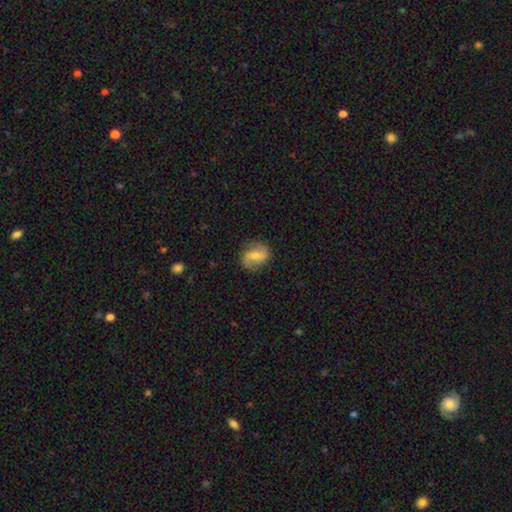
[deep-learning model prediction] Q: Smooth or featured?
A: featured or disk (58%); runner-up: smooth (35%)
Q: Edge-on disk?
A: no (97%); runner-up: yes (3%)
Q: Bar?
A: weak (44%); runner-up: no (32%)
Q: Spiral arms?
A: yes (85%); runner-up: no (15%)
Q: Bulge size?
A: small (46%); tied with: moderate (46%)
Q: Merging?
A: none (75%); runner-up: minor disturbance (18%)